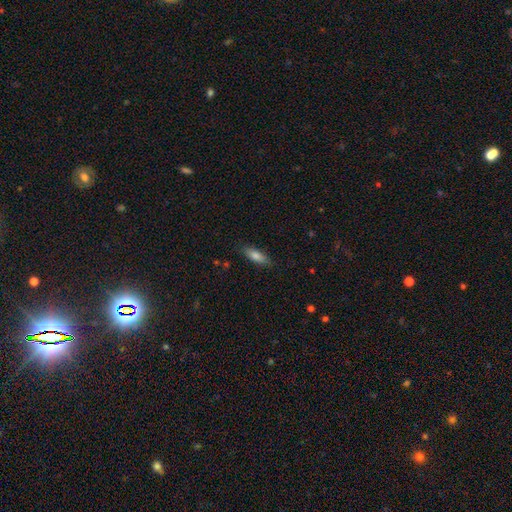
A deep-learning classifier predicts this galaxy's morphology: A smooth galaxy with no disk features (79%) that is in between round and cigar-shaped (60%).

Vote fractions:
- Smooth or featured? smooth: 79% / featured or disk: 14% / star or artifact: 7%
- How rounded? in between: 60% / cigar-shaped: 38% / round: 2%
- Merging? none: 84% / minor disturbance: 12% / major disturbance: 2% / merger: 1%